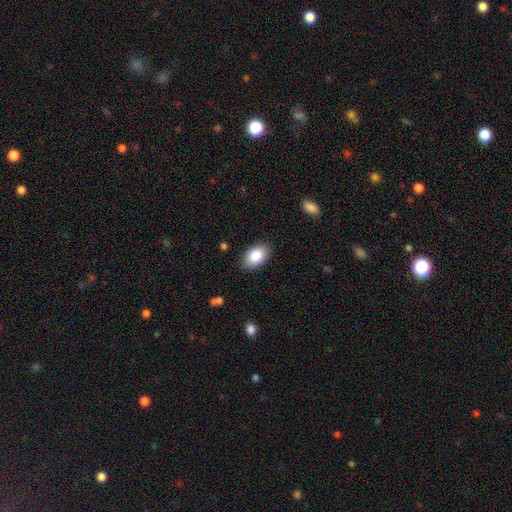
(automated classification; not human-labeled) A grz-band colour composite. It shows a smooth galaxy with no disk features (85%) that is in between round and cigar-shaped (90%). Merging: none (87%).